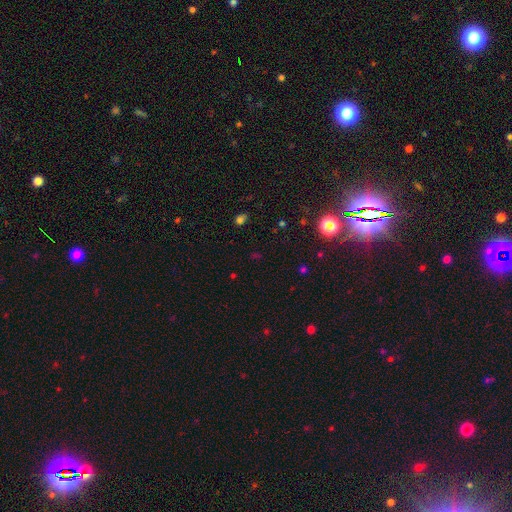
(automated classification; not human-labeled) Q: Smooth or featured?
A: star or artifact (57%); runner-up: smooth (36%)